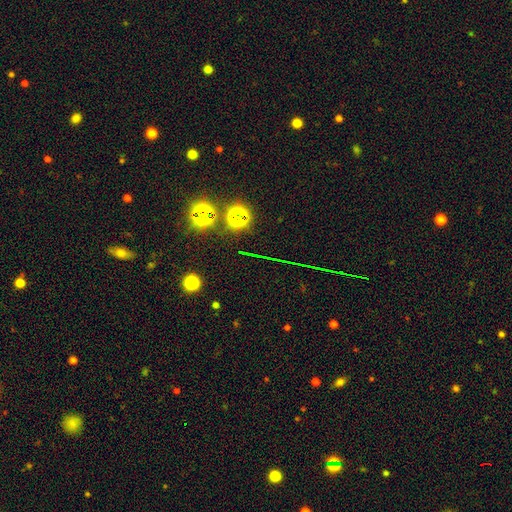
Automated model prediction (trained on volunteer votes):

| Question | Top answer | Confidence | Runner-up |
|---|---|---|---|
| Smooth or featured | star or artifact | 75% | smooth (14%) |